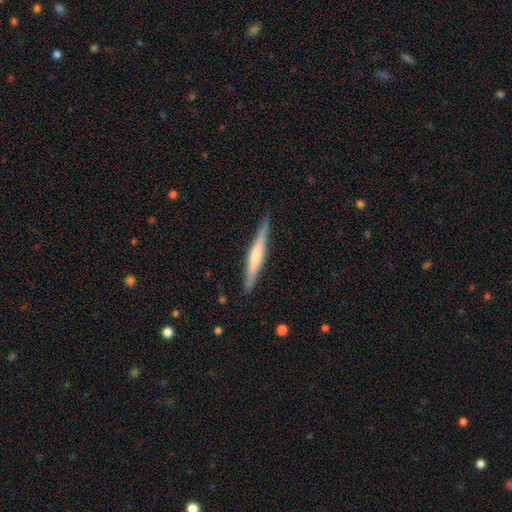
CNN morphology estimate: Smooth or featured? featured or disk (58%)
Edge-on disk? yes (97%)
Edge-on bulge? rounded (47%)
Merging? none (89%)